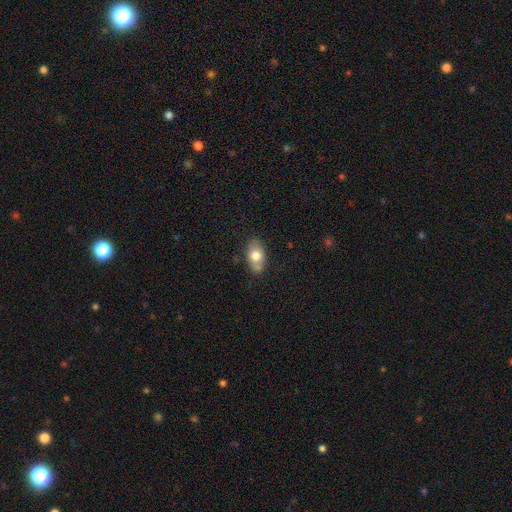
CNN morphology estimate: Q: Smooth or featured?
A: smooth (72%); runner-up: featured or disk (21%)
Q: How rounded?
A: in between (89%); runner-up: round (9%)
Q: Merging?
A: none (76%); runner-up: minor disturbance (17%)